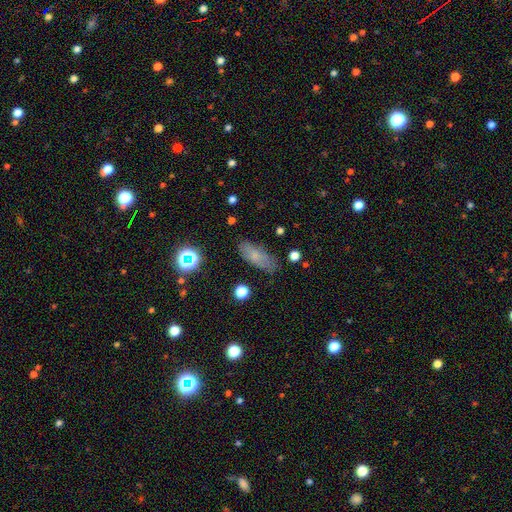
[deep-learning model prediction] smooth-or-featured: smooth: 66% | featured or disk: 22% | star or artifact: 12%
  how-rounded: in between: 74% | cigar-shaped: 21% | round: 4%
  merging: none: 74% | minor disturbance: 19% | major disturbance: 5% | merger: 2%